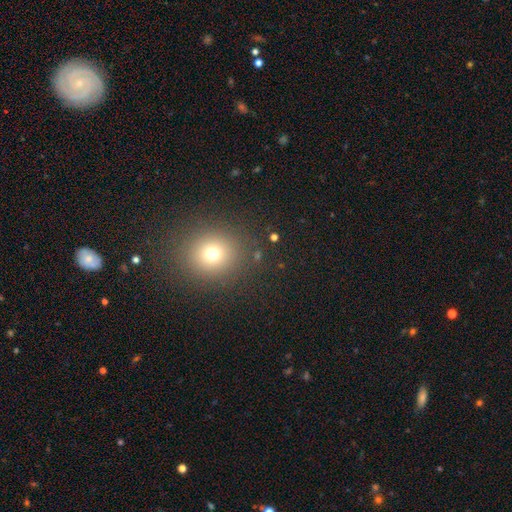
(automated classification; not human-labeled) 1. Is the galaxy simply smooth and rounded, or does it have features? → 66% smooth, 26% star or artifact, 8% featured or disk.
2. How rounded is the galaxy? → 84% round, 15% in between, 1% cigar-shaped.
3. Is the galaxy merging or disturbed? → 89% none, 6% minor disturbance, 3% major disturbance, 2% merger.